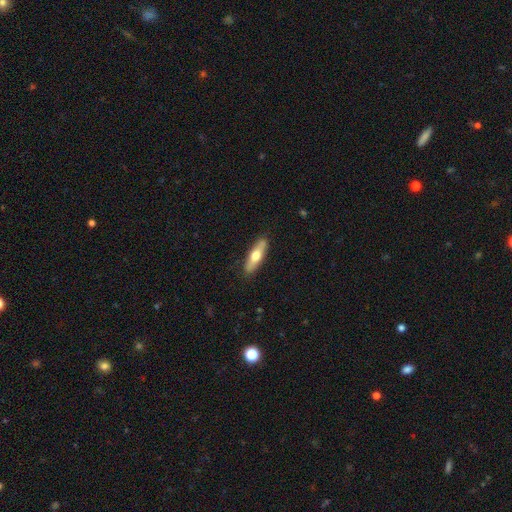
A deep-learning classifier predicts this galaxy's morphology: smooth 59%, featured or disk 36%, star or artifact 5%. Down the decision tree: how rounded — cigar-shaped (61%); merging — none (86%).